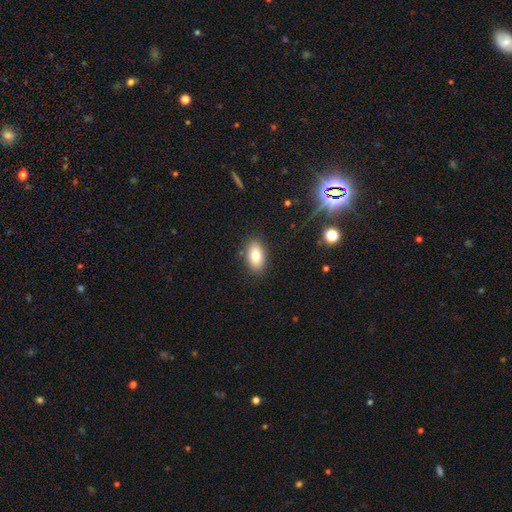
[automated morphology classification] This is likely a smooth galaxy (79%). How rounded: clearly in between (92%). Merging: clearly none (87%).